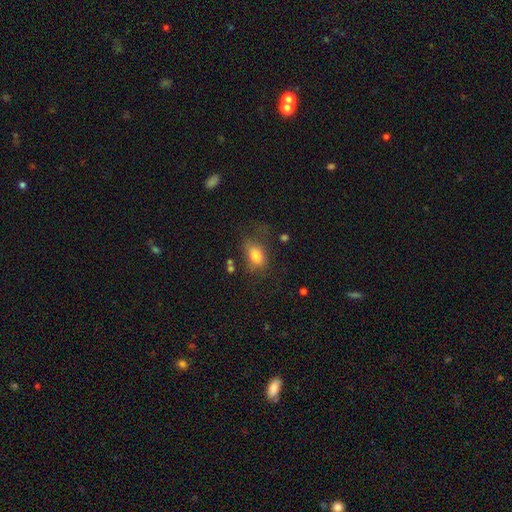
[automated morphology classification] Overall: smooth (77%). How rounded: in between (84%). Merging: none (50%; minor disturbance 25%).